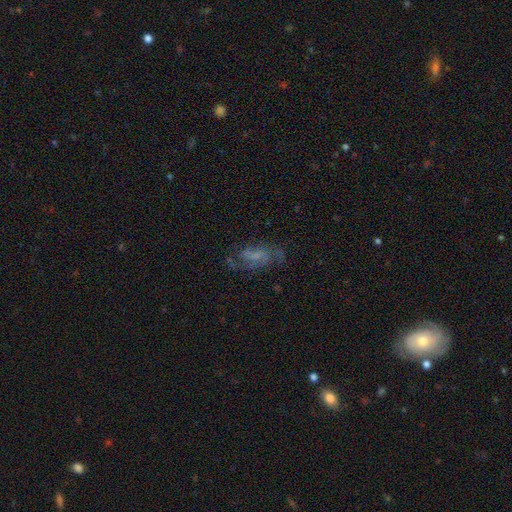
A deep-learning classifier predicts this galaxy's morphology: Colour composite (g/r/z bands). It shows a featured or disk galaxy (69%) with a weak bar (46%), 2 (62%) medium (46%) spiral arms (87%) and no central bulge (39%). Merging: none (60%).